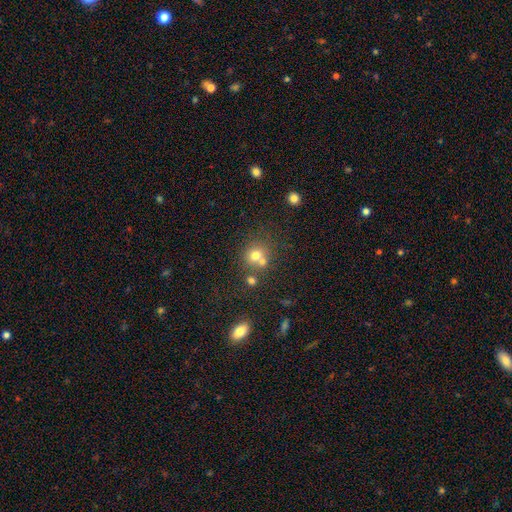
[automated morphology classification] Q: Smooth or featured?
A: smooth (68%); runner-up: star or artifact (18%)
Q: How rounded?
A: round (83%); runner-up: in between (16%)
Q: Merging?
A: none (53%); runner-up: merger (34%)